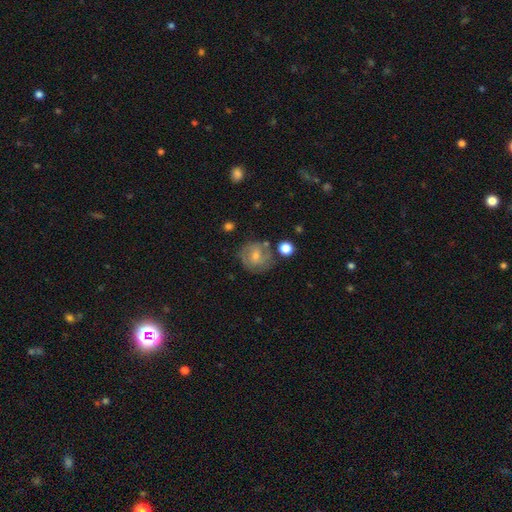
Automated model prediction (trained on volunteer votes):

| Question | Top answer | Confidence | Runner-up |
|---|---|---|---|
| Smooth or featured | featured or disk | 46% | smooth (42%) |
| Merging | none | 74% | minor disturbance (15%) |